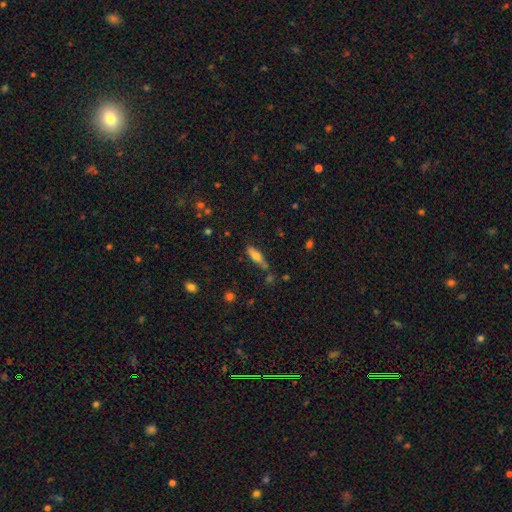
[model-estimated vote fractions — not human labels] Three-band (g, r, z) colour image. It shows a smooth galaxy with no disk features (67%) that is cigar-shaped (50%). Merging: none (63%).